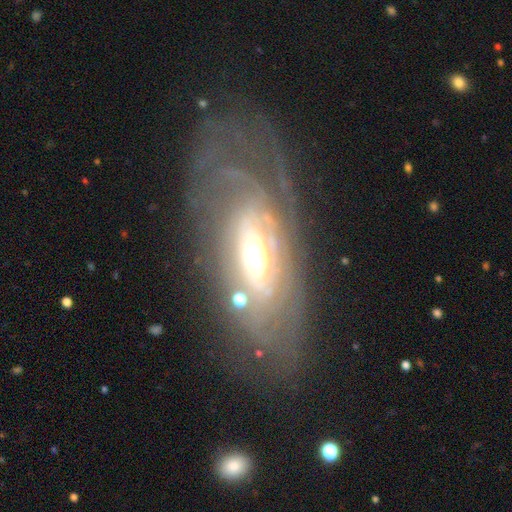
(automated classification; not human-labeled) A featured or disk galaxy (82%) with no bar (53%), tight (66%) spiral arms (75%) and a moderate central bulge (60%).

Vote fractions:
- Smooth or featured? featured or disk: 82% / smooth: 12% / star or artifact: 6%
- Edge-on disk? no: 86% / yes: 14%
- Bar? no: 53% / weak: 28% / strong: 20%
- Spiral arms? yes: 75% / no: 25%
- Spiral winding? tight: 66% / medium: 25% / loose: 10%
- Spiral arm count? can't tell: 54% / 2: 17% / 3: 9% / more than 4: 7% / 4: 7% / 1: 5%
- Bulge size? moderate: 60% / large: 29% / small: 7% / dominant: 3% / none: 1%
- Merging? none: 62% / minor disturbance: 20% / major disturbance: 16% / merger: 2%